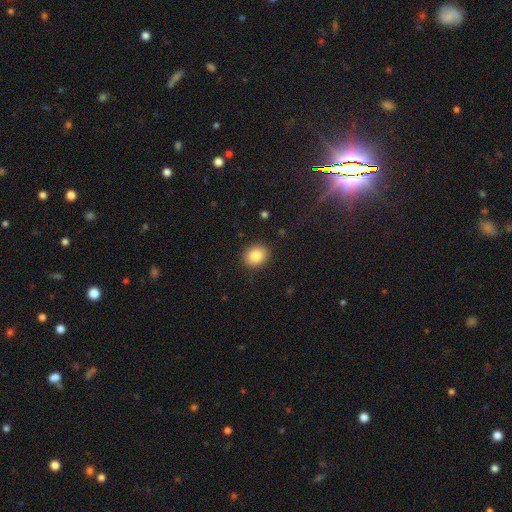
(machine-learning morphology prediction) type=smooth (85%); roundness=round (60%); merging=none (89%).